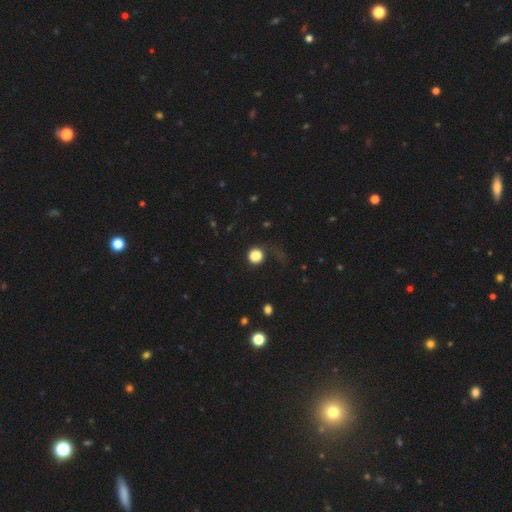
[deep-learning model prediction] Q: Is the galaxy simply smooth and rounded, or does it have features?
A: smooth — 84%.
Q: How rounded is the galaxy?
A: round — 90%.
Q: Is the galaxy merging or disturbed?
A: none — 66%.